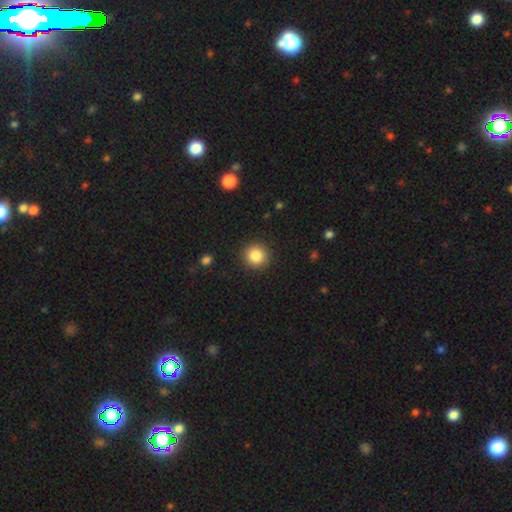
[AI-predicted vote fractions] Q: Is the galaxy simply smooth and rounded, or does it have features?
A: smooth — 85%.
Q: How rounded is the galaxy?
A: round — 93%.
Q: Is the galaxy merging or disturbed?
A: none — 91%.